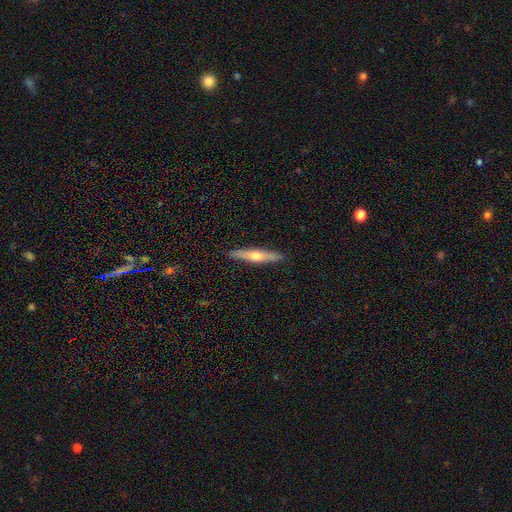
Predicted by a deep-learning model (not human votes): A featured or disk galaxy (59%) viewed edge-on (96%) with a rounded central bulge (89%). Merging: none (91%).